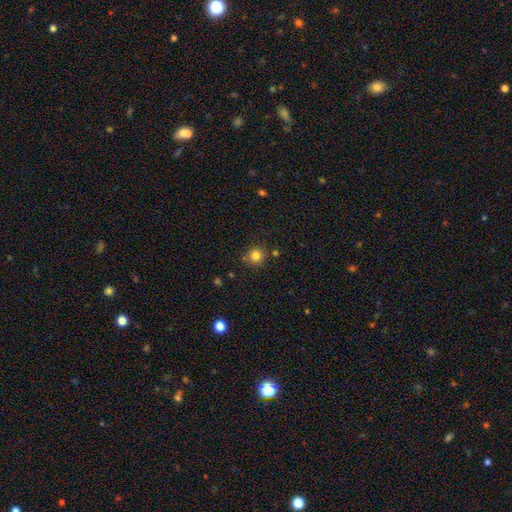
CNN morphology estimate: Smooth or featured? Predicted: smooth (p=0.82). How rounded? Predicted: round (p=0.93). Merging? Predicted: none (p=0.80).